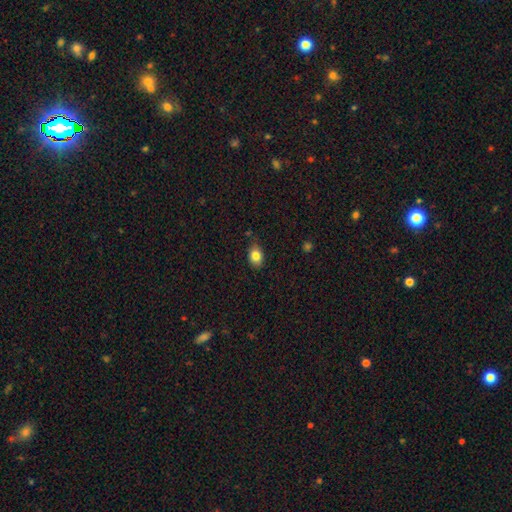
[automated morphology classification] smooth 83%, star or artifact 9%, featured or disk 8%. Down the decision tree: how rounded — in between (69%); merging — none (77%).